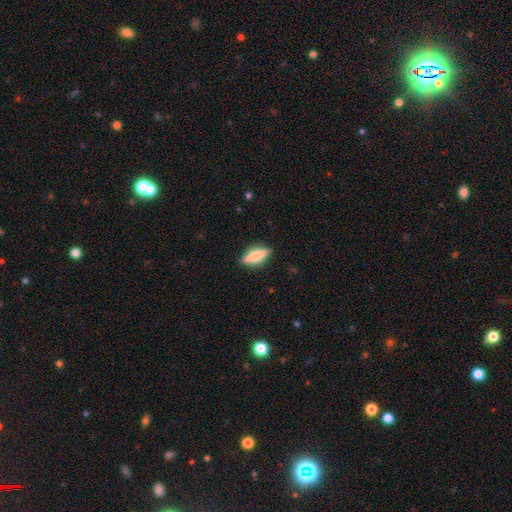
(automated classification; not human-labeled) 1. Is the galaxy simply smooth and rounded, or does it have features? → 52% smooth, 41% featured or disk, 7% star or artifact.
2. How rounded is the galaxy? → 54% cigar-shaped, 43% in between, 3% round.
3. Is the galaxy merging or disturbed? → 85% none, 11% minor disturbance, 3% major disturbance, 1% merger.